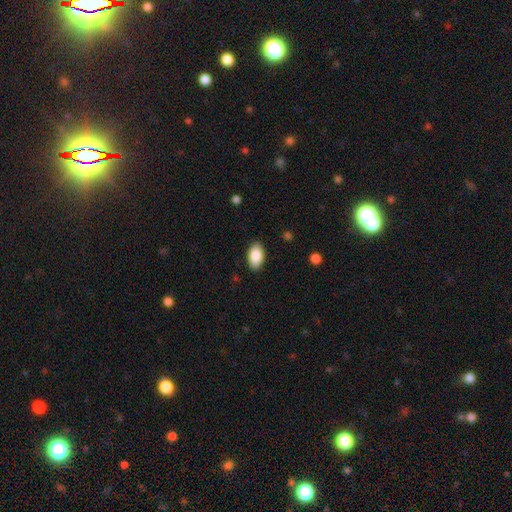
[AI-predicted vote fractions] A smooth galaxy with no disk features (88%) that is in between round and cigar-shaped (94%). Merging: none (88%).